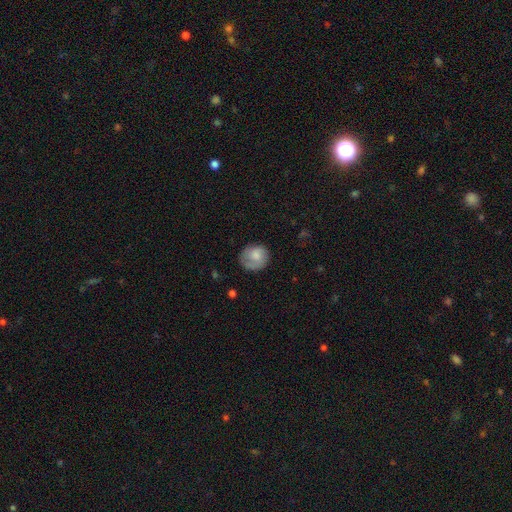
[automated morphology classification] smooth-or-featured: smooth: 71% | featured or disk: 22% | star or artifact: 7%
  how-rounded: round: 74% | in between: 25% | cigar-shaped: 1%
  merging: none: 62% | minor disturbance: 24% | major disturbance: 12% | merger: 2%